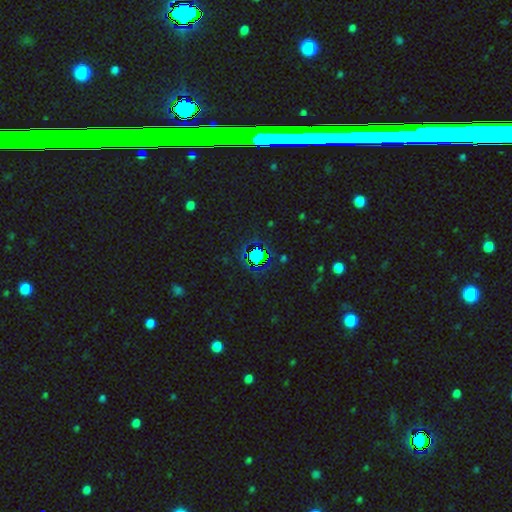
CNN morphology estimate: Smooth or featured: star or artifact — 72% (smooth — 18%)